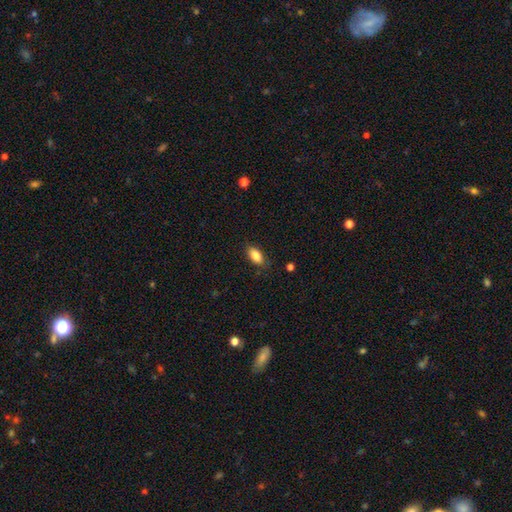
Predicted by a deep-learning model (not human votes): smooth-or-featured: smooth: 86% | star or artifact: 8% | featured or disk: 6%
  how-rounded: in between: 90% | cigar-shaped: 6% | round: 4%
  merging: none: 83% | minor disturbance: 13% | major disturbance: 3% | merger: 1%